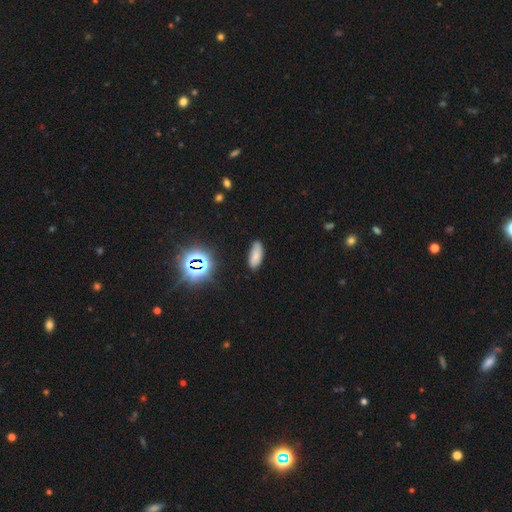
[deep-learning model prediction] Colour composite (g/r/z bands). It shows a smooth galaxy with no disk features (73%) that is in between round and cigar-shaped (80%). Merging: none (77%).